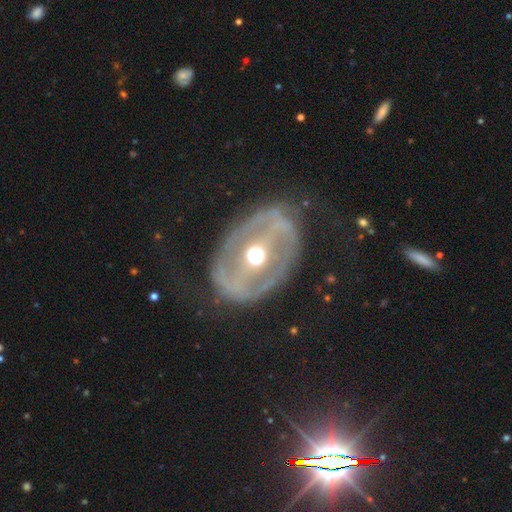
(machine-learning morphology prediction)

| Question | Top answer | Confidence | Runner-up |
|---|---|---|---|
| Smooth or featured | featured or disk | 79% | smooth (16%) |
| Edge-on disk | no | 93% | yes (7%) |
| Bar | no | 41% | strong (31%) |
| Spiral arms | no | 52% | yes (48%) |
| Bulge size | moderate | 72% | large (14%) |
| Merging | none | 70% | minor disturbance (17%) |